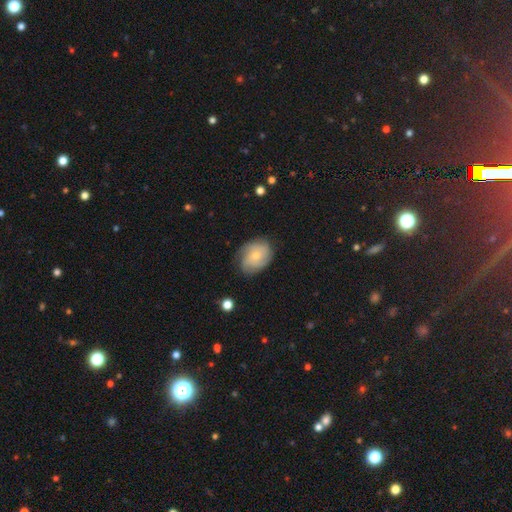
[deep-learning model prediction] Q: Smooth or featured?
A: featured or disk (59%); runner-up: smooth (33%)
Q: Edge-on disk?
A: no (97%); runner-up: yes (3%)
Q: Bar?
A: no (80%); runner-up: weak (18%)
Q: Spiral arms?
A: yes (89%); runner-up: no (11%)
Q: Spiral winding?
A: tight (53%); runner-up: medium (34%)
Q: Spiral arm count?
A: can't tell (33%); runner-up: 3 (27%)
Q: Bulge size?
A: small (66%); runner-up: moderate (30%)
Q: Merging?
A: none (71%); runner-up: minor disturbance (21%)